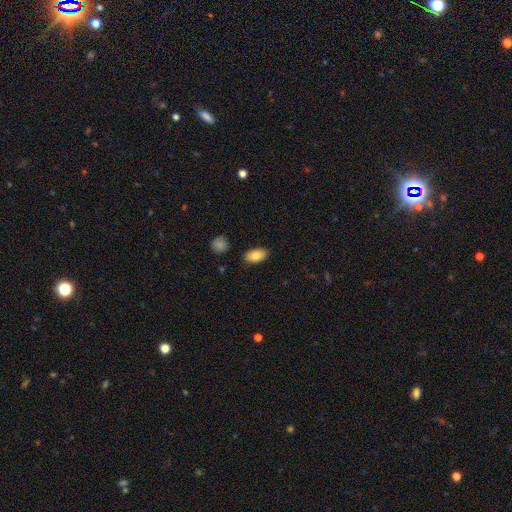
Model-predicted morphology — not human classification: smooth 84%, featured or disk 8%, star or artifact 7%. Down the decision tree: how rounded — in between (92%); merging — none (87%).